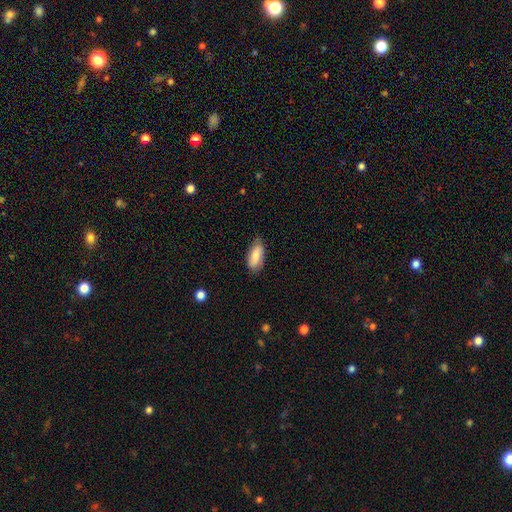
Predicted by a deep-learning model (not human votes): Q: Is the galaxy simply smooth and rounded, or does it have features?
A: smooth — 81%.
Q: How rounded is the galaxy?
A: in between — 86%.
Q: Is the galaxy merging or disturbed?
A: none — 75%.